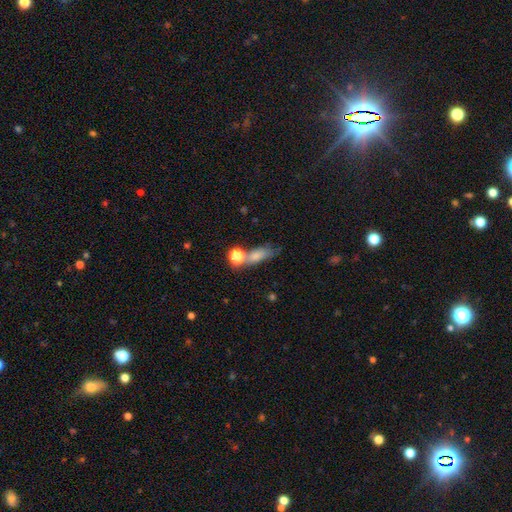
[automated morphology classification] smooth-or-featured: smooth: 74% | star or artifact: 14% | featured or disk: 13%
  how-rounded: in between: 56% | cigar-shaped: 26% | round: 19%
  merging: none: 44% | merger: 28% | minor disturbance: 17% | major disturbance: 11%